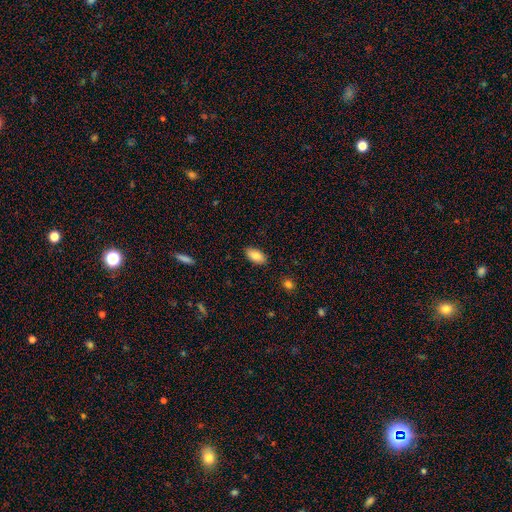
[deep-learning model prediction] A smooth galaxy with no disk features (84%) that is in between round and cigar-shaped (93%).

Vote fractions:
- Smooth or featured? smooth: 84% / featured or disk: 8% / star or artifact: 7%
- How rounded? in between: 93% / cigar-shaped: 4% / round: 3%
- Merging? none: 88% / minor disturbance: 9% / major disturbance: 2% / merger: 1%